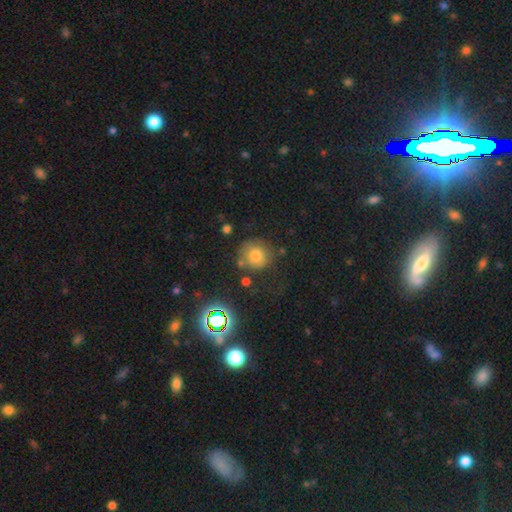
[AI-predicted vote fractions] Smooth or featured: smooth — 73% (star or artifact — 15%)
How rounded: round — 90% (in between — 9%)
Merging: none — 69% (minor disturbance — 17%)